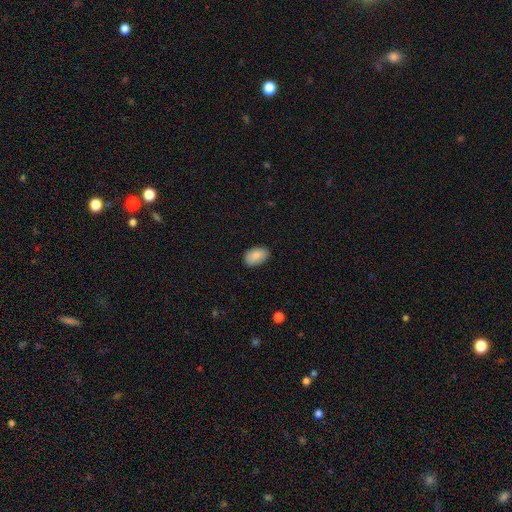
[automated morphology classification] A smooth galaxy with no disk features (88%) that is in between round and cigar-shaped (92%). Merging: none (85%).